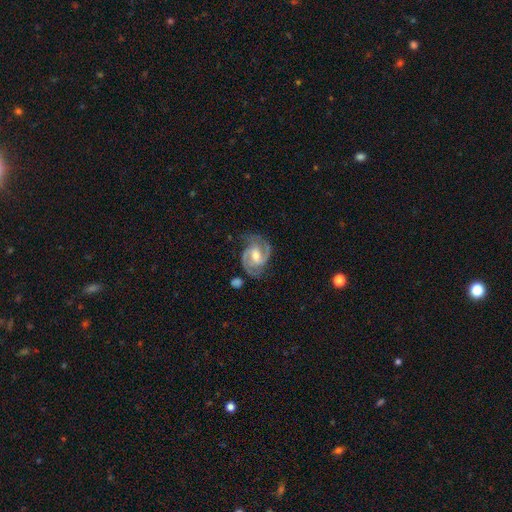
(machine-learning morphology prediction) Smooth or featured: featured or disk — 90% (smooth — 6%)
Edge-on disk: no — 98% (yes — 2%)
Bar: weak — 52% (no — 26%)
Spiral arms: yes — 98% (no — 2%)
Spiral winding: medium — 52% (tight — 37%)
Spiral arm count: 2 — 87% (3 — 5%)
Bulge size: moderate — 68% (small — 24%)
Merging: none — 72% (minor disturbance — 19%)